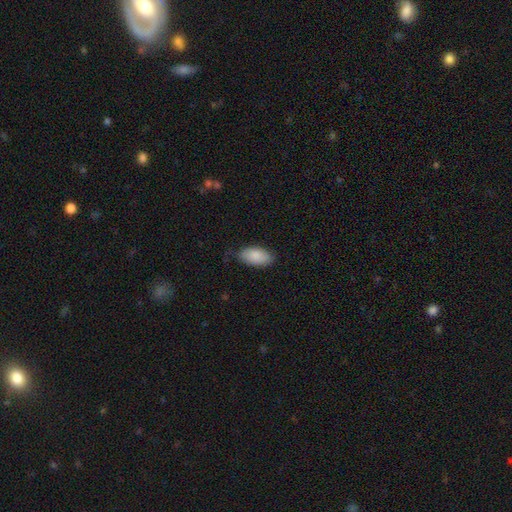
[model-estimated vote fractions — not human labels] Smooth or featured: smooth — 88% (featured or disk — 6%)
How rounded: in between — 95% (cigar-shaped — 3%)
Merging: none — 75% (minor disturbance — 20%)